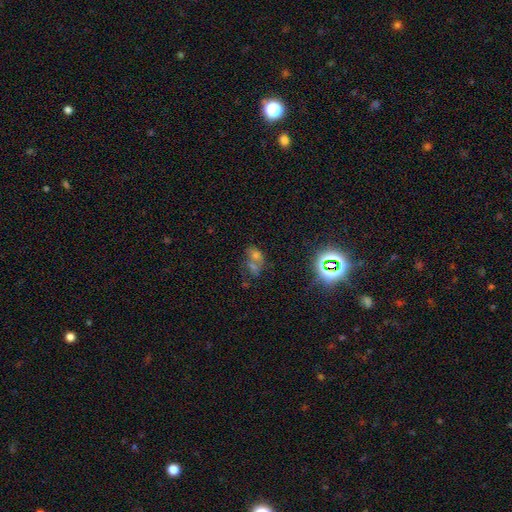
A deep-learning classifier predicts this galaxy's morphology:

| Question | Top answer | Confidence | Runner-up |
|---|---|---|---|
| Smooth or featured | smooth | 43% | star or artifact (37%) |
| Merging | merger | 55% | none (29%) |